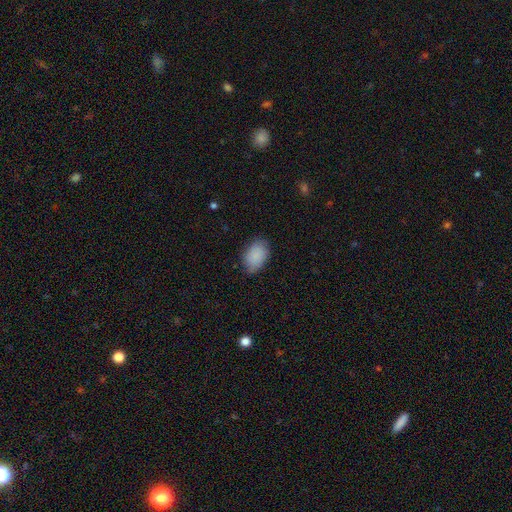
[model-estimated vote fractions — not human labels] A smooth galaxy with no disk features (87%) that is in between round and cigar-shaped (88%). Merging: none (76%).